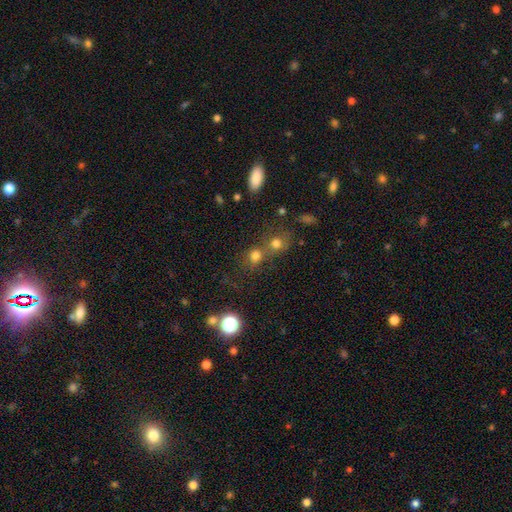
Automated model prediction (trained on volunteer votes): smooth 72%, star or artifact 19%, featured or disk 9%. Down the decision tree: how rounded — round (74%); merging — merger (46%).